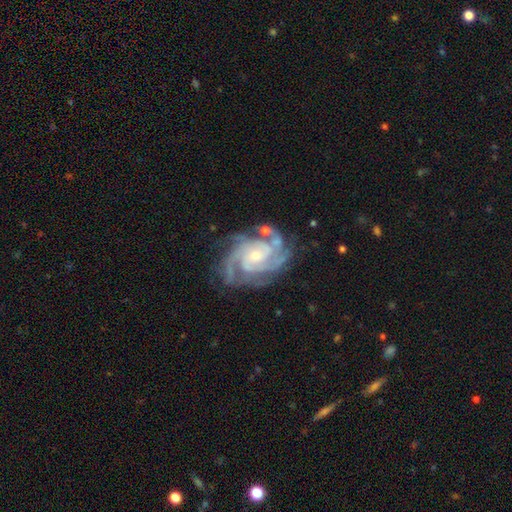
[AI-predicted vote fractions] This appears to be a featured or disk galaxy (92%) with no bar (68%), 4 (34%, tied with 3) tight (65%) spiral arms (98%) and a small central bulge (64%). Merging: none (70%).